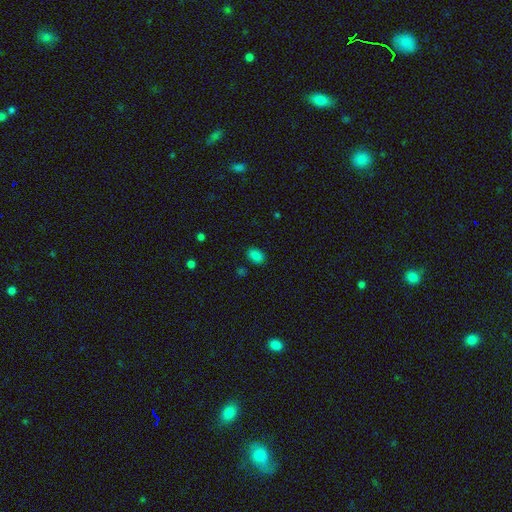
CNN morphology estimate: This appears to be a smooth galaxy with no disk features (84%) that is in between round and cigar-shaped (85%). Merging: none (86%).